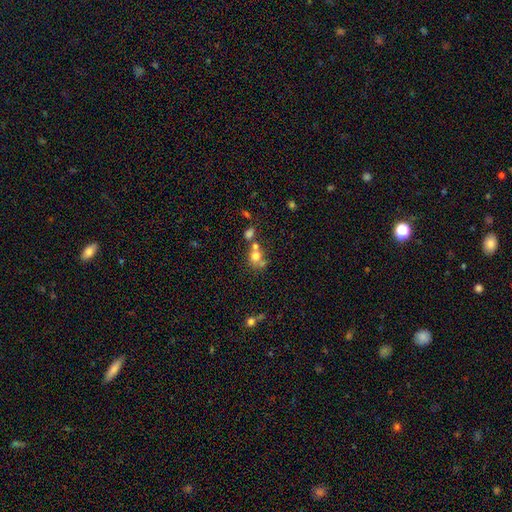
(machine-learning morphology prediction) type=smooth (68%); roundness=round (69%); merging=merger (48%).